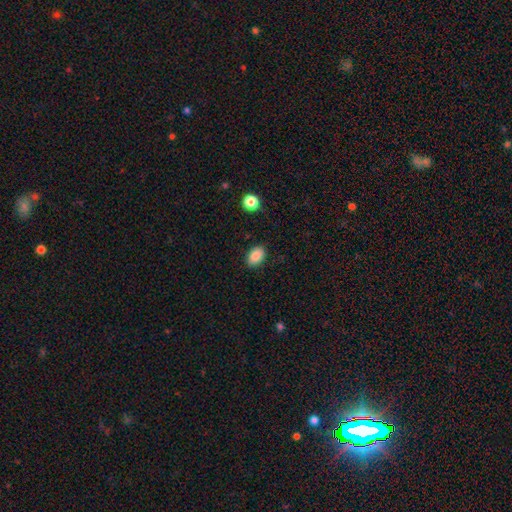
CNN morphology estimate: smooth-or-featured: smooth: 87% | star or artifact: 8% | featured or disk: 4%
  how-rounded: in between: 83% | round: 15% | cigar-shaped: 1%
  merging: none: 87% | minor disturbance: 9% | major disturbance: 2% | merger: 1%